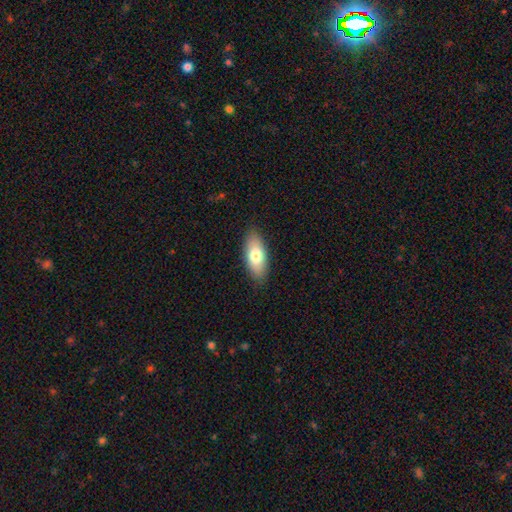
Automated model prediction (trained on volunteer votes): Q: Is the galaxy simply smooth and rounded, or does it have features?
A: smooth — 75%.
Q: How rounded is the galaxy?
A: in between — 84%.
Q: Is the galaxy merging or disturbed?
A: none — 87%.